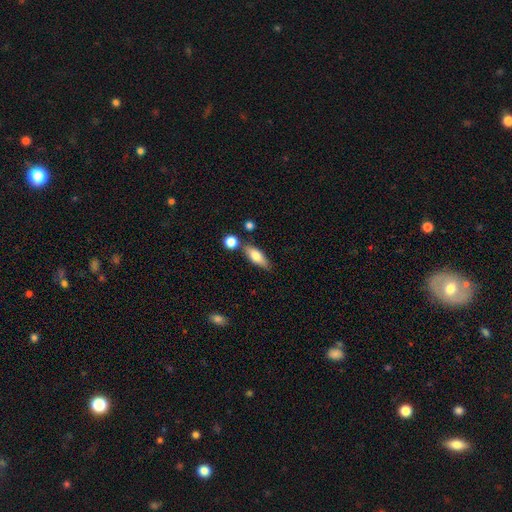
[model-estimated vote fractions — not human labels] smooth 73%, featured or disk 20%, star or artifact 7%. Down the decision tree: how rounded — in between (69%); merging — none (71%).